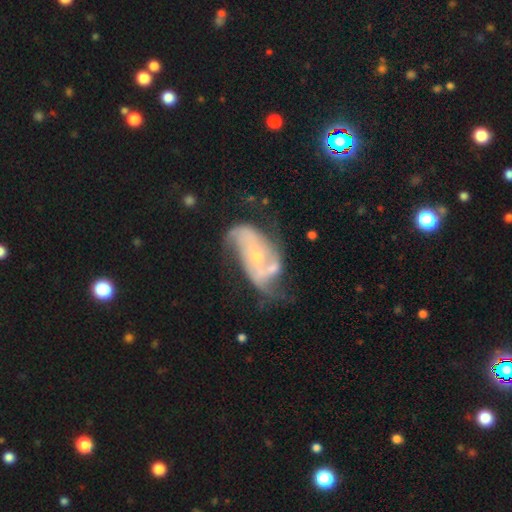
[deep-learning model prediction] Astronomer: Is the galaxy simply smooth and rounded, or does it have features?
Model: featured or disk — 81%.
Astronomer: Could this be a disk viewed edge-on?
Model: no — 95%.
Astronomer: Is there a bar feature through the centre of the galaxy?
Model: no — 58%.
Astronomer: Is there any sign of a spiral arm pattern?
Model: yes — 86%.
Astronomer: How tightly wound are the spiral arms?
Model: medium — 39% (runner-up: loose, 38%).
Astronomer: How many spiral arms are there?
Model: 2 — 64%.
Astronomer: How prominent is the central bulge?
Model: small — 58% (runner-up: moderate, 38%).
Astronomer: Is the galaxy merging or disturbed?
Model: none — 34% (runner-up: merger, 23%).